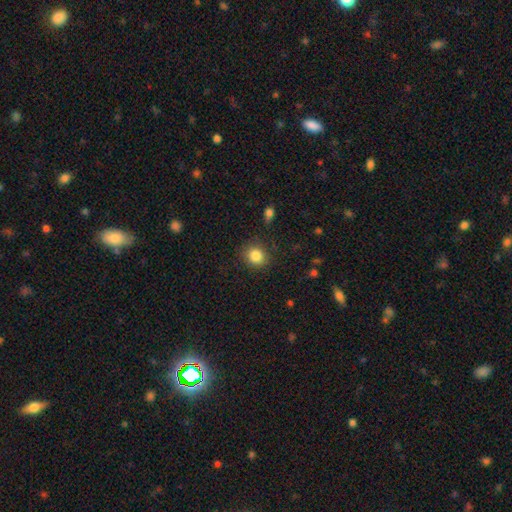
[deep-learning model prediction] Smooth or featured? smooth (85%)
How rounded? round (80%)
Merging? none (85%)